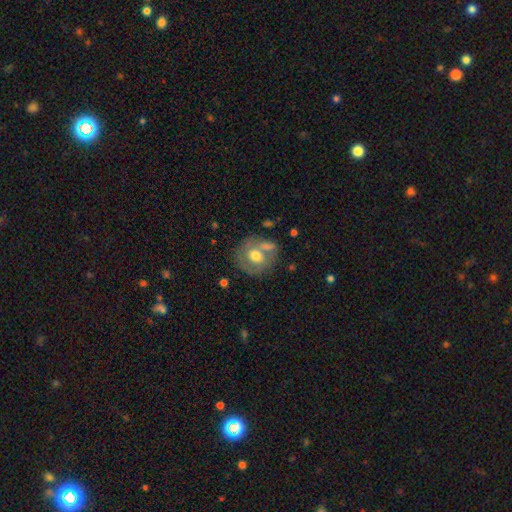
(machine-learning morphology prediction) Q: Smooth or featured?
A: smooth (48%); runner-up: featured or disk (45%)
Q: Merging?
A: none (57%); runner-up: minor disturbance (17%)